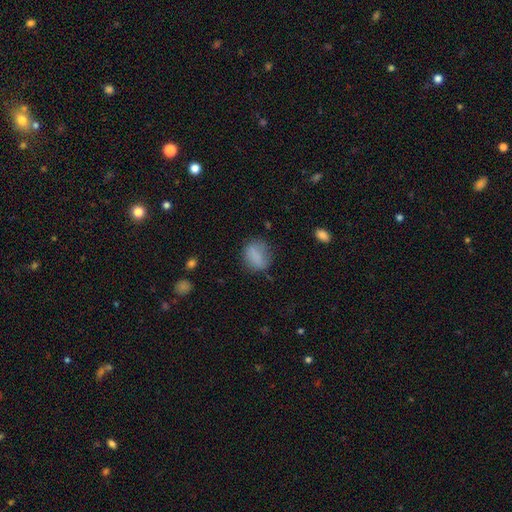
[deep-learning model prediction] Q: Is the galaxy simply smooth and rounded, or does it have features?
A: smooth — 79%.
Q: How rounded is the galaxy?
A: in between — 51%.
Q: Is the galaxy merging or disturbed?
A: none — 64%.